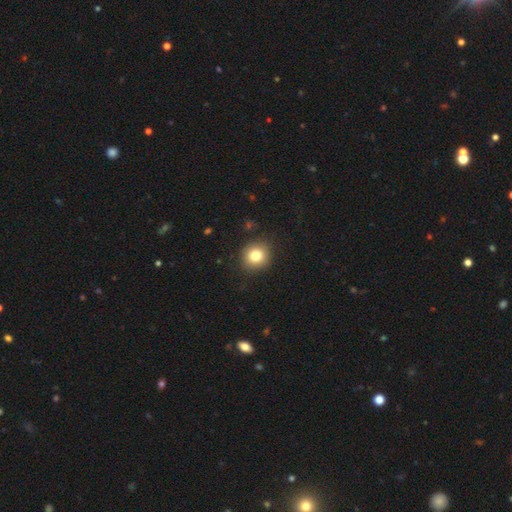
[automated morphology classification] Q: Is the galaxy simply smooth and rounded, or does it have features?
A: smooth — 81%.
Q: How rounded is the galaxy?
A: round — 88%.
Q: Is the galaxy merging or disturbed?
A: none — 88%.